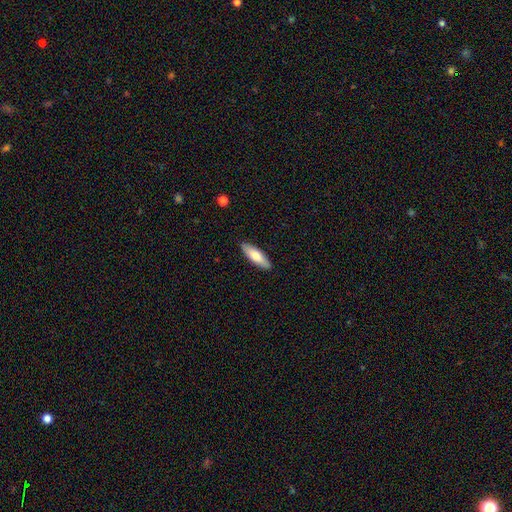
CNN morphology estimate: Overall: smooth (71%). How rounded: in between (50%; cigar-shaped 48%). Merging: none (89%).